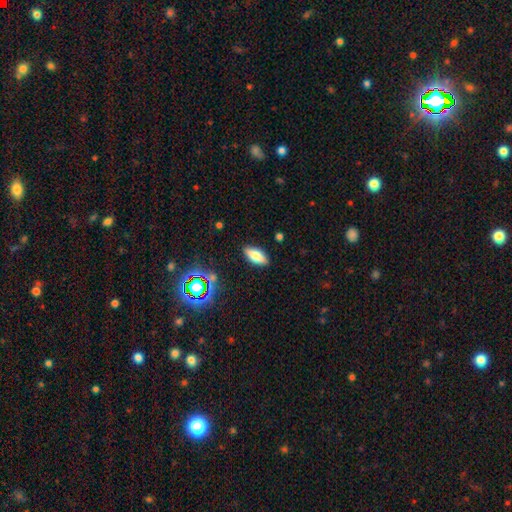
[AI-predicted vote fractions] This appears to be a smooth galaxy with no disk features (67%) that is in between round and cigar-shaped (76%). Merging: none (86%).